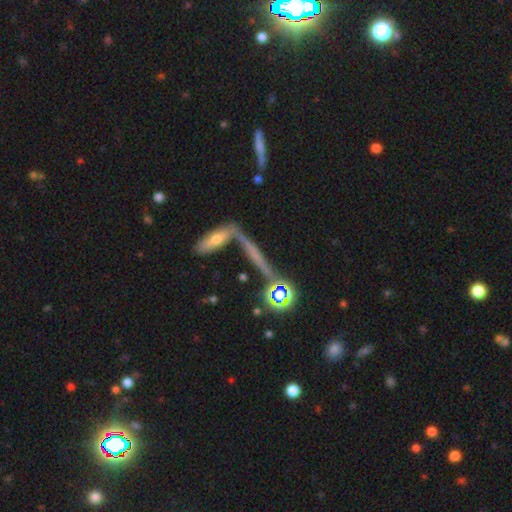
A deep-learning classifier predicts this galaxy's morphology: Smooth or featured: featured or disk — 37% (smooth — 35%)
Merging: none — 49% (merger — 31%)